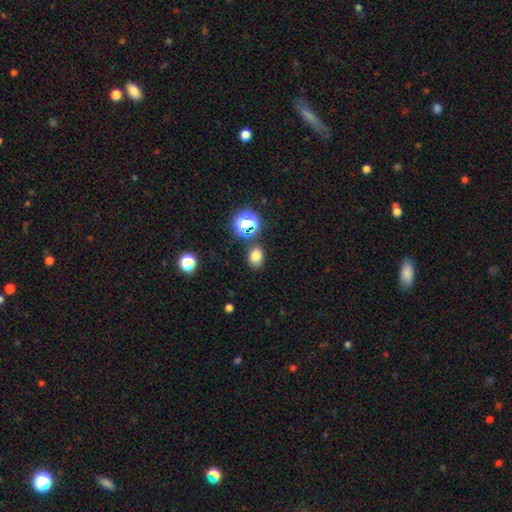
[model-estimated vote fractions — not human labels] Overall: smooth (77%). How rounded: in between (61%; round 38%). Merging: none (81%).